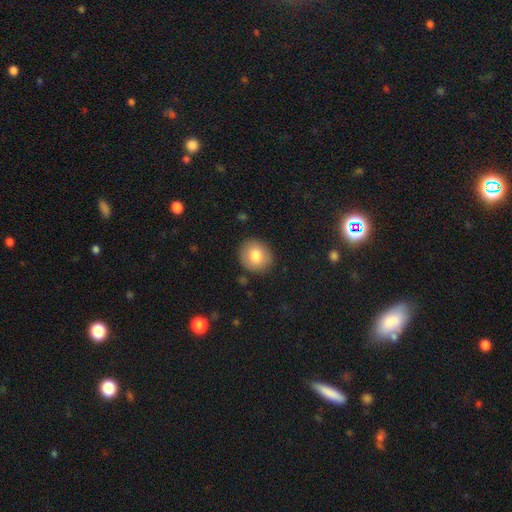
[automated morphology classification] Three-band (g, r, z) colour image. It shows a smooth galaxy with no disk features (80%) that is round (79%). Merging: none (87%).